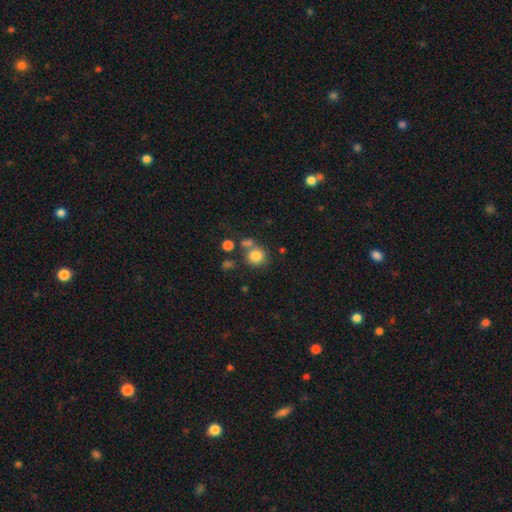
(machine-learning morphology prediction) This appears to be a smooth galaxy with no disk features (81%) that is round (83%). Merging: none (61%).